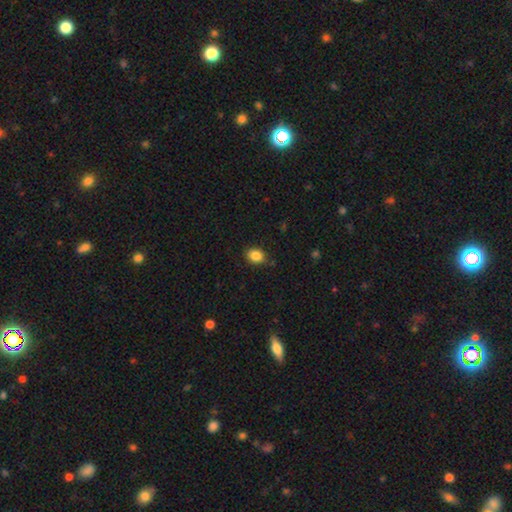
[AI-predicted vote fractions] This is clearly a smooth galaxy (86%). How rounded: likely in between (61%). Merging: clearly none (83%).